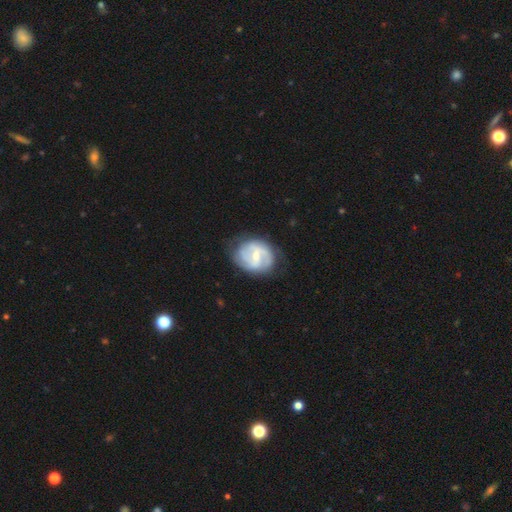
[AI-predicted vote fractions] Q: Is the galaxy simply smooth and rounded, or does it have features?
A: featured or disk — 77%.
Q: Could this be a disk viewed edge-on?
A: no — 98%.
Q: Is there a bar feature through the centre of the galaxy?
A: weak — 56%.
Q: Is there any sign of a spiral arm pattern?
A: yes — 89%.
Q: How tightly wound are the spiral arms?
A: medium — 44%.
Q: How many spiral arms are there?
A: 2 — 64%.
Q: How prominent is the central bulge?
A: small — 52%.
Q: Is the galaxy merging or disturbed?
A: none — 73%.